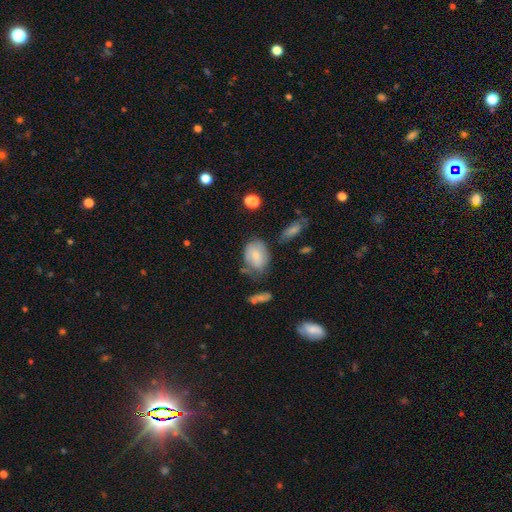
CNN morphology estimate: Smooth or featured? Predicted: smooth (p=0.69). How rounded? Predicted: in between (p=0.74). Merging? Predicted: none (p=0.48).